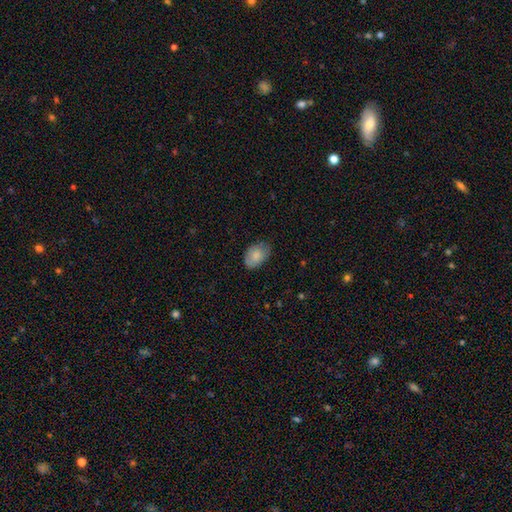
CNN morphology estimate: This appears to be a smooth galaxy with no disk features (82%) that is in between round and cigar-shaped (87%). Merging: none (70%).